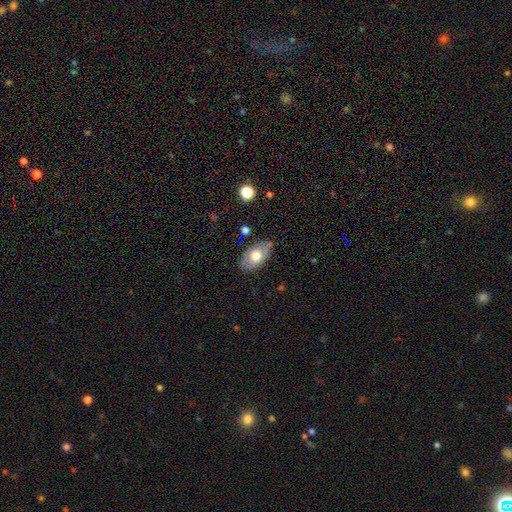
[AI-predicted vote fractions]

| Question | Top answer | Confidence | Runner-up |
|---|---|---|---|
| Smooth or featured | smooth | 65% | featured or disk (29%) |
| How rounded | in between | 92% | round (6%) |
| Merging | none | 79% | minor disturbance (16%) |